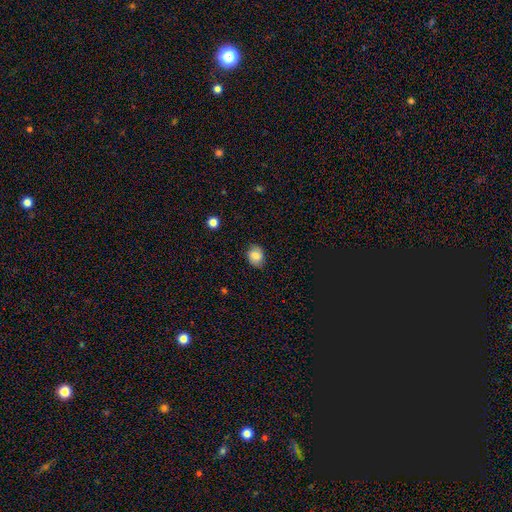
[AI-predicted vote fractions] A smooth galaxy with no disk features (78%) that is round (50%). Merging: none (79%).